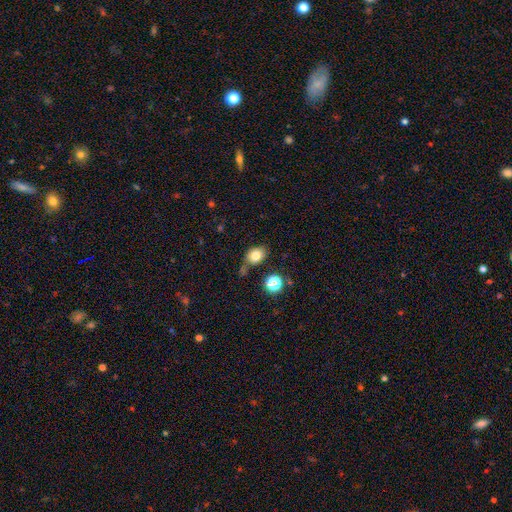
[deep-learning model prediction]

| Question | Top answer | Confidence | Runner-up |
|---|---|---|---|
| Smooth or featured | smooth | 78% | star or artifact (13%) |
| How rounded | in between | 63% | round (36%) |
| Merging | none | 69% | minor disturbance (17%) |